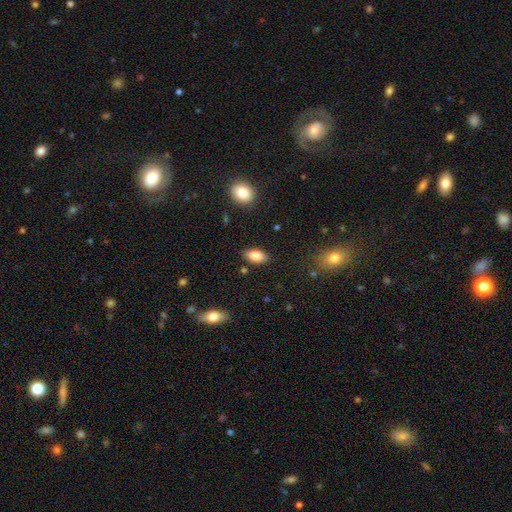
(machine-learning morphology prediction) Smooth or featured: smooth — 86% (star or artifact — 8%)
How rounded: in between — 91% (cigar-shaped — 5%)
Merging: none — 84% (minor disturbance — 11%)